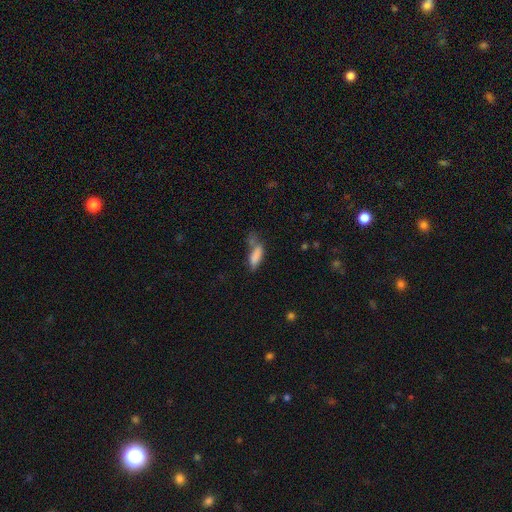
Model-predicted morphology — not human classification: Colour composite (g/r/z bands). It shows a smooth galaxy with no disk features (78%) that is in between round and cigar-shaped (60%). Merging: none (32%).